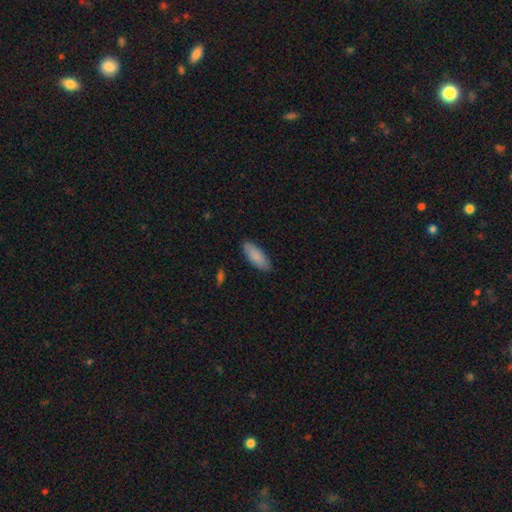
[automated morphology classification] smooth_or_featured: smooth (p=0.87) [alt: featured or disk p=0.07]
how_rounded: in between (p=0.74) [alt: cigar-shaped p=0.24]
merging: none (p=0.84) [alt: minor disturbance p=0.12]